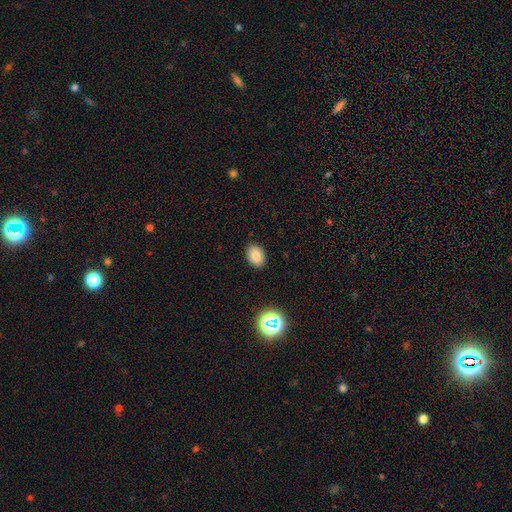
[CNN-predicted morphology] This appears to be a smooth galaxy with no disk features (83%) that is in between round and cigar-shaped (79%). Merging: none (89%).